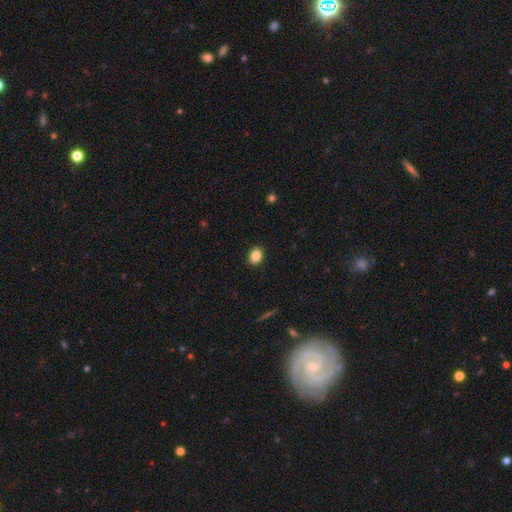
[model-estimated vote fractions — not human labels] Smooth or featured? smooth (87%)
How rounded? in between (60%)
Merging? none (91%)